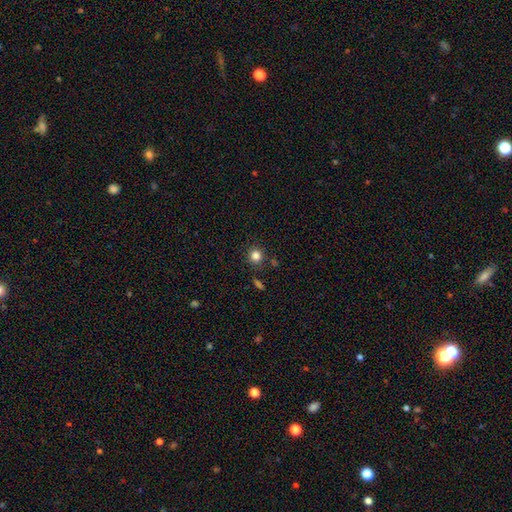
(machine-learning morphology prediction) smooth 83%, star or artifact 12%, featured or disk 5%. Down the decision tree: how rounded — round (92%); merging — none (86%).